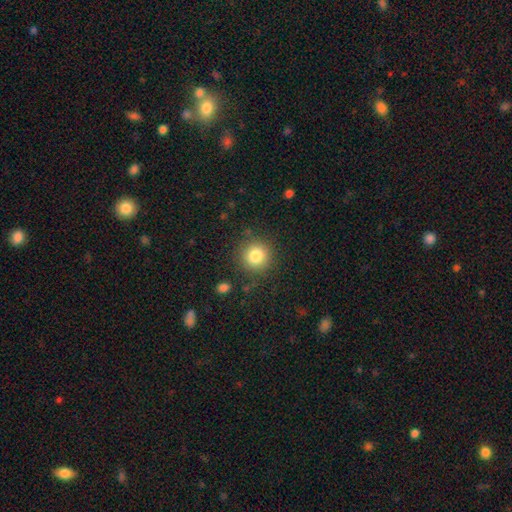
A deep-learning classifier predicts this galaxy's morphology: Smooth or featured? Predicted: smooth (p=0.82). How rounded? Predicted: round (p=0.93). Merging? Predicted: none (p=0.86).